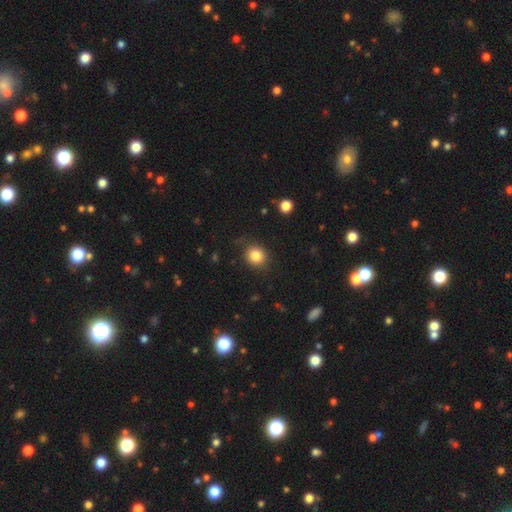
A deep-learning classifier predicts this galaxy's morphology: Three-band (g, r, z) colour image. It shows a smooth galaxy with no disk features (83%) that is round (79%). Merging: none (84%).